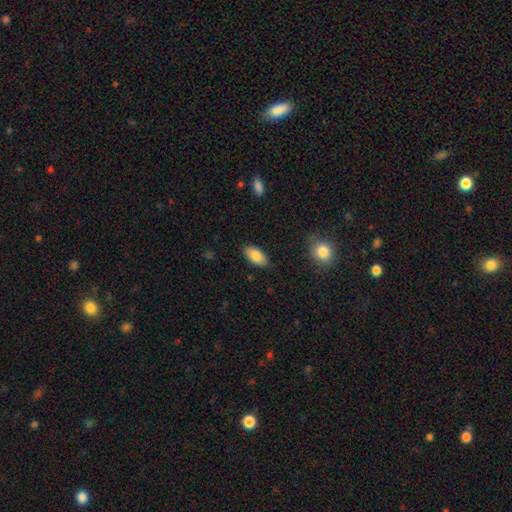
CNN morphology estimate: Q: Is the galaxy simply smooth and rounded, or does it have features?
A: smooth — 86%.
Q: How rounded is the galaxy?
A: in between — 93%.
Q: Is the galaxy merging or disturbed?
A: none — 86%.